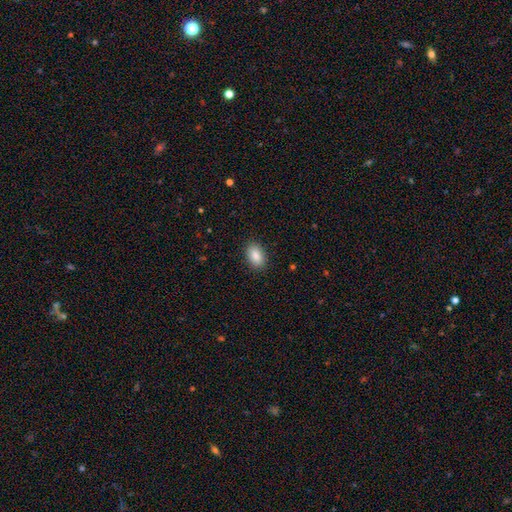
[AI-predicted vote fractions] Morphology: type=smooth (89%); roundness=in between (92%); merging=none (89%).